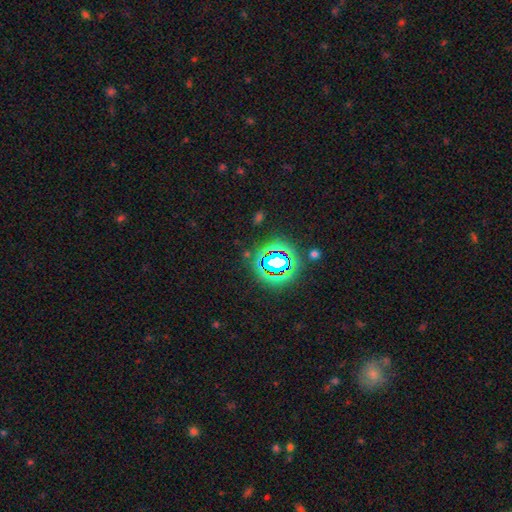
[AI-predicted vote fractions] star or artifact 81%, smooth 12%, featured or disk 7%.